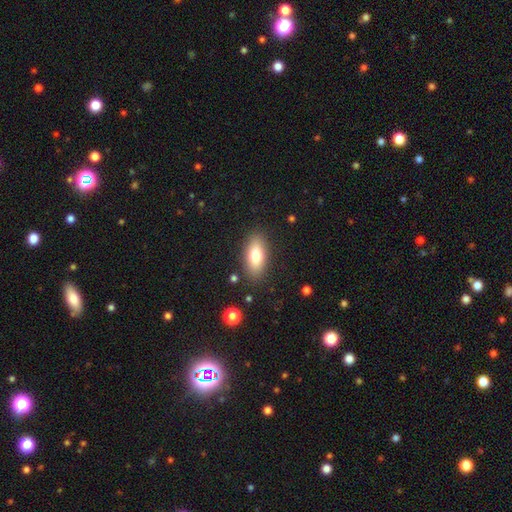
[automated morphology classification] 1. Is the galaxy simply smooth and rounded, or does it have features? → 77% smooth, 16% featured or disk, 7% star or artifact.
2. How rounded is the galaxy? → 85% in between, 12% cigar-shaped, 4% round.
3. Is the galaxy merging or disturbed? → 86% none, 10% minor disturbance, 3% major disturbance, 2% merger.